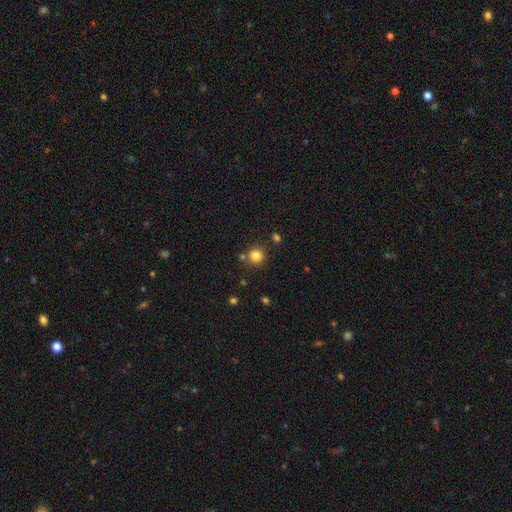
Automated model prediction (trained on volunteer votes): This appears to be a smooth galaxy with no disk features (82%) that is round (92%). Merging: none (79%).